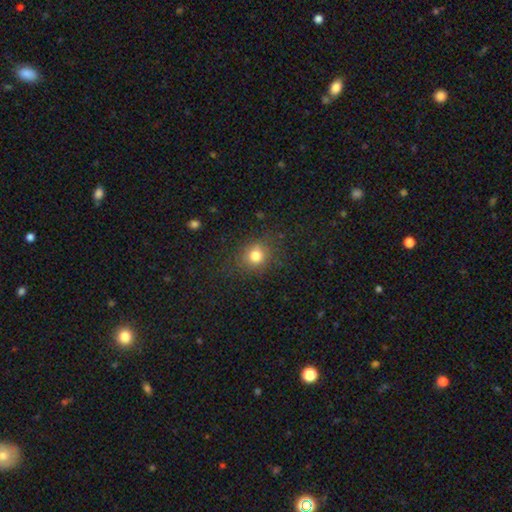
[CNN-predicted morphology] A smooth galaxy with no disk features (78%) that is round (80%). Merging: none (83%).